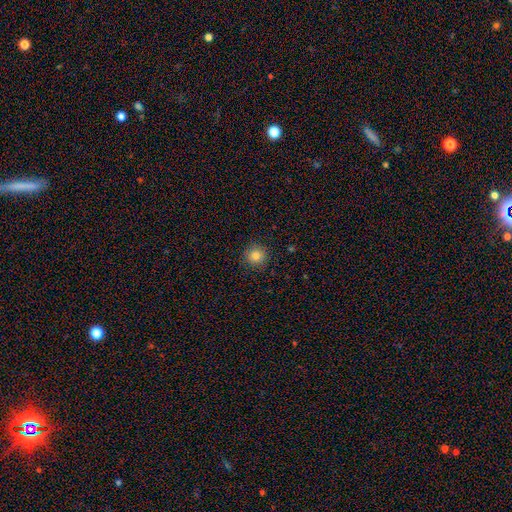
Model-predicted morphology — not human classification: This is clearly a smooth galaxy (83%). How rounded: clearly round (94%). Merging: clearly none (91%).